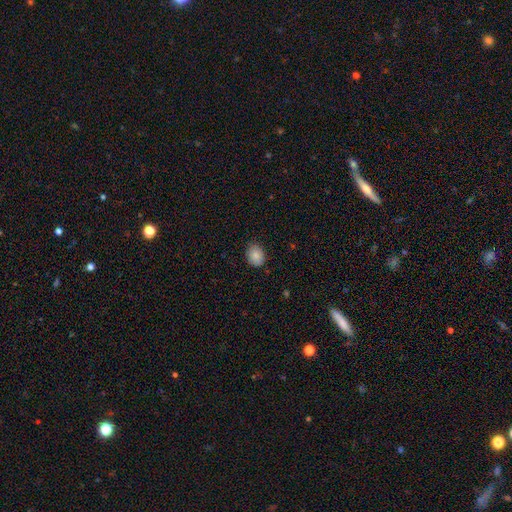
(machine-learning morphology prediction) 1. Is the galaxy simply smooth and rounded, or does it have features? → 84% smooth, 8% star or artifact, 8% featured or disk.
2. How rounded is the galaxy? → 59% in between, 41% round, 1% cigar-shaped.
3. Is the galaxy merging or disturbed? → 80% none, 17% minor disturbance, 2% major disturbance, 1% merger.